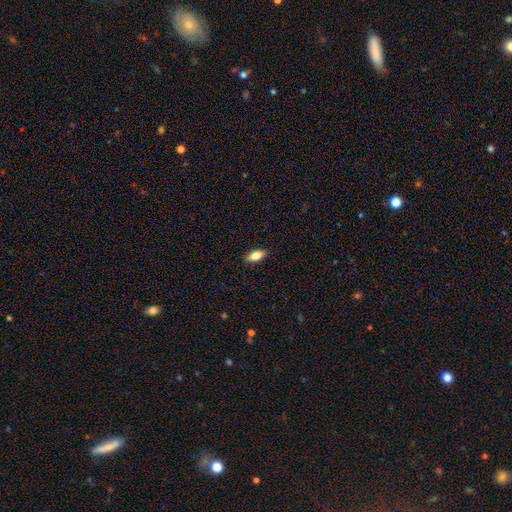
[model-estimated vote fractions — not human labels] A smooth galaxy with no disk features (78%) that is in between round and cigar-shaped (85%).

Vote fractions:
- Smooth or featured? smooth: 78% / featured or disk: 15% / star or artifact: 7%
- How rounded? in between: 85% / cigar-shaped: 12% / round: 3%
- Merging? none: 88% / minor disturbance: 9% / major disturbance: 2% / merger: 1%